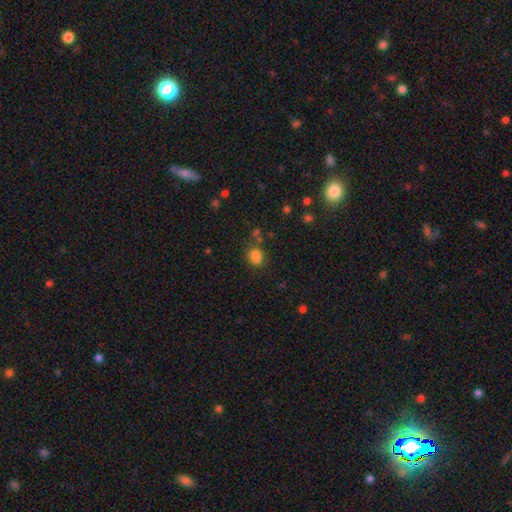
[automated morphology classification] A smooth galaxy with no disk features (81%) that is in between round and cigar-shaped (55%). Merging: none (69%).